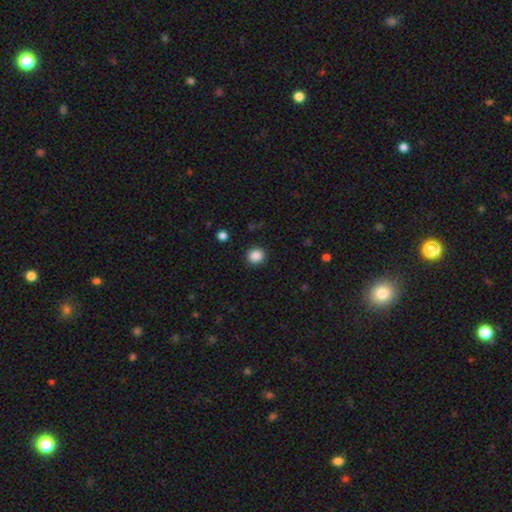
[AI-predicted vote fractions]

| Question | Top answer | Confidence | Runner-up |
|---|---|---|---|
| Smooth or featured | smooth | 87% | star or artifact (10%) |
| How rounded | round | 87% | in between (12%) |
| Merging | none | 91% | minor disturbance (6%) |